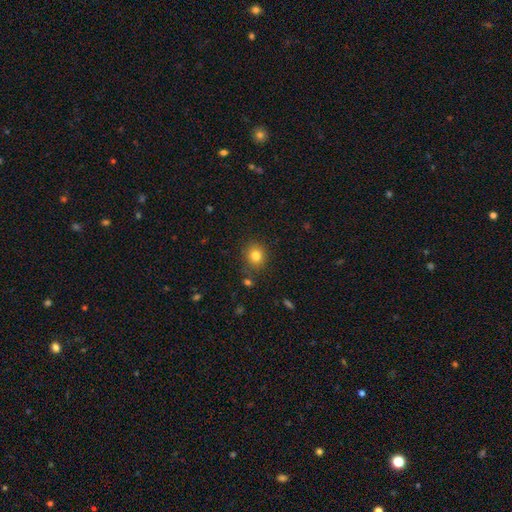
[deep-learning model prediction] Smooth or featured? smooth (81%)
How rounded? round (81%)
Merging? none (86%)